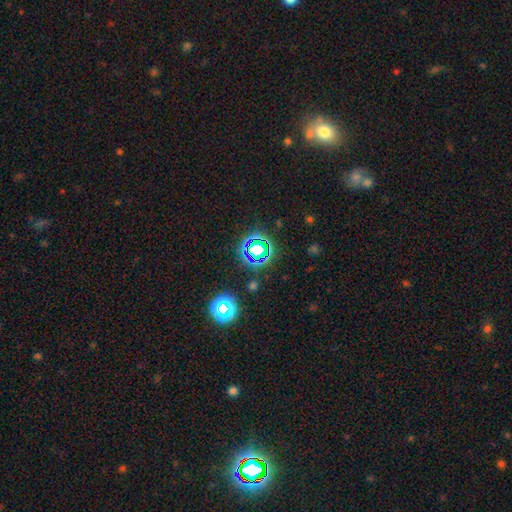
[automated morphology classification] This is likely a star or artifact rather than a galaxy (69%).